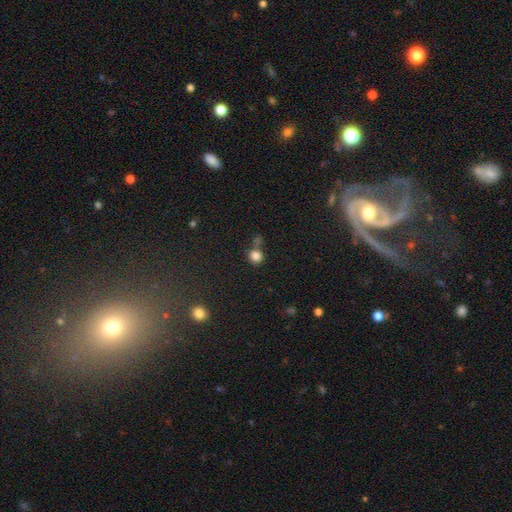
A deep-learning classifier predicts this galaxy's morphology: A smooth galaxy with no disk features (82%) that is round (83%). Merging: none (58%).